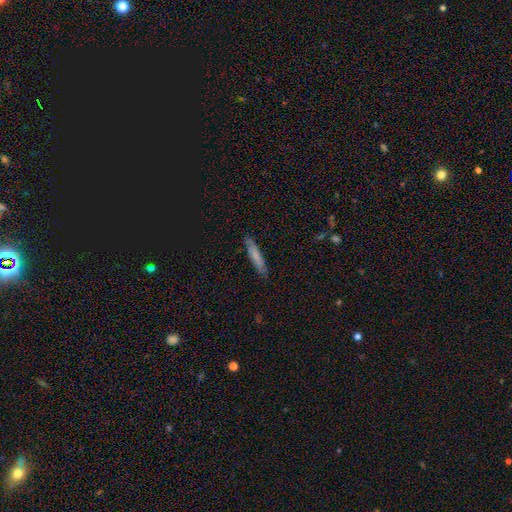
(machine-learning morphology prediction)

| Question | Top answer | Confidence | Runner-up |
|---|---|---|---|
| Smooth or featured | smooth | 71% | featured or disk (23%) |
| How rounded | cigar-shaped | 89% | in between (10%) |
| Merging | none | 84% | minor disturbance (12%) |